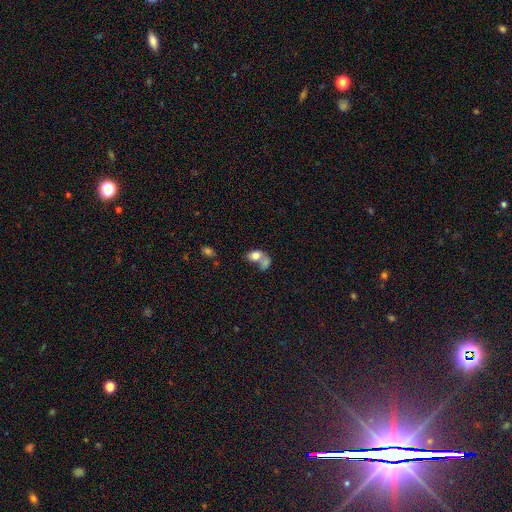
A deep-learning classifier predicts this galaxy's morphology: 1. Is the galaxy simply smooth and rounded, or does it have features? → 76% smooth, 16% featured or disk, 8% star or artifact.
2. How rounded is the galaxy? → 77% in between, 22% round, 2% cigar-shaped.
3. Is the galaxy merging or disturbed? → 65% merger, 20% none, 8% minor disturbance, 7% major disturbance.